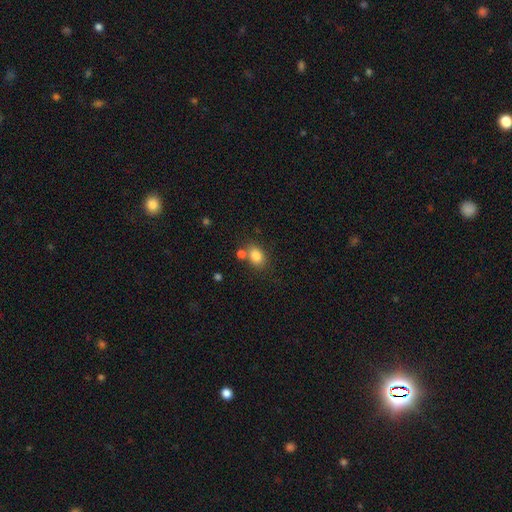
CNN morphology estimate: The model was most divided on "how rounded": in between: 63%, round: 36%, cigar-shaped: 1%. More confident: smooth or featured — smooth (82%); merging — none (62%).